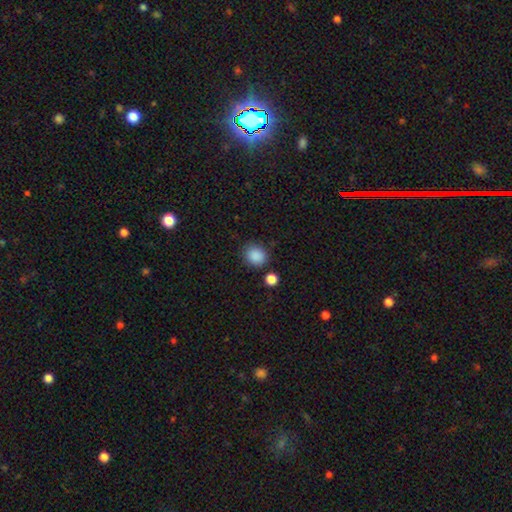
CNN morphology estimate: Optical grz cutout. It shows a smooth galaxy with no disk features (87%) that is round (70%). Merging: none (80%).